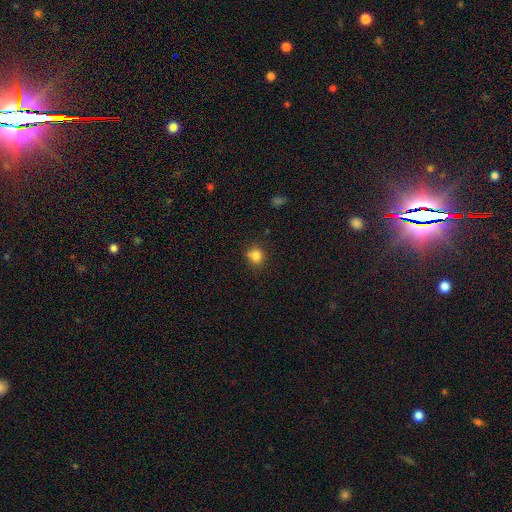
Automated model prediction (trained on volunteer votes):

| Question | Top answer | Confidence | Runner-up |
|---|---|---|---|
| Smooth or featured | smooth | 82% | star or artifact (12%) |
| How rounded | round | 82% | in between (17%) |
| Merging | none | 72% | minor disturbance (15%) |